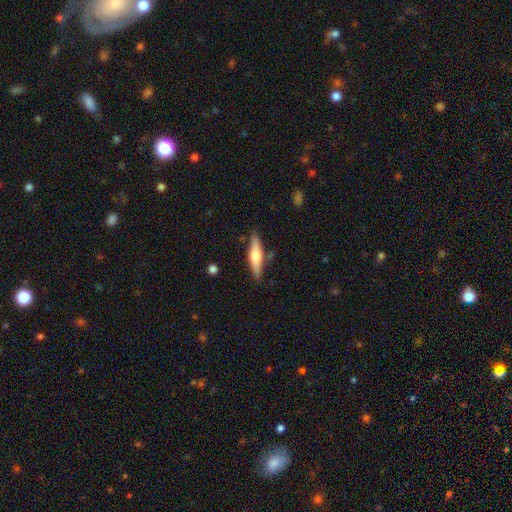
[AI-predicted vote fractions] featured or disk 52%, smooth 42%, star or artifact 6%. Down the decision tree: edge-on disk — yes (94%); merging — none (83%).